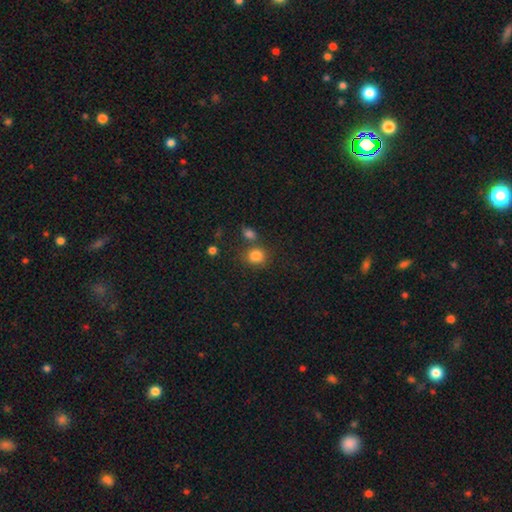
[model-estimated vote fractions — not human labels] Q: Smooth or featured?
A: smooth (82%); runner-up: star or artifact (11%)
Q: How rounded?
A: round (78%); runner-up: in between (21%)
Q: Merging?
A: none (67%); runner-up: merger (16%)